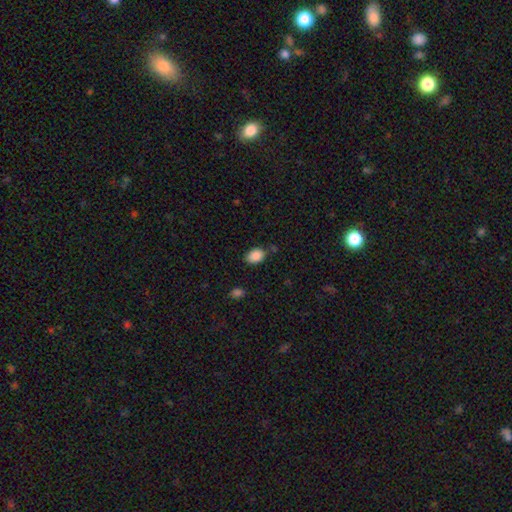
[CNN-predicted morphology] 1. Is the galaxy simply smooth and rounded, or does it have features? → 88% smooth, 8% star or artifact, 4% featured or disk.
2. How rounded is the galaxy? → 81% in between, 18% round, 1% cigar-shaped.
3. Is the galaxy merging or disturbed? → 77% none, 15% minor disturbance, 4% merger, 4% major disturbance.